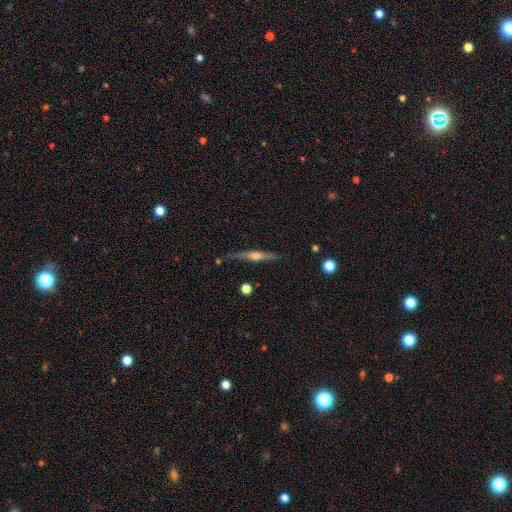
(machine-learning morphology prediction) Overall: featured or disk (67%). Edge-on disk: yes (97%). Edge-on bulge: rounded (87%). Merging: none (80%).